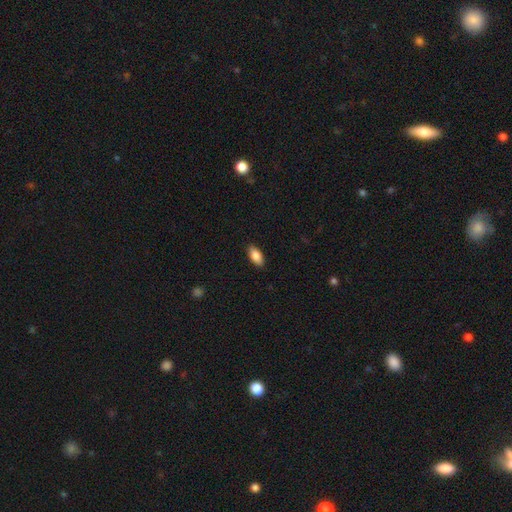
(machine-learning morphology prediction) smooth-or-featured: smooth: 85% | featured or disk: 8% | star or artifact: 7%
  how-rounded: in between: 90% | cigar-shaped: 8% | round: 3%
  merging: none: 89% | minor disturbance: 8% | major disturbance: 2% | merger: 1%